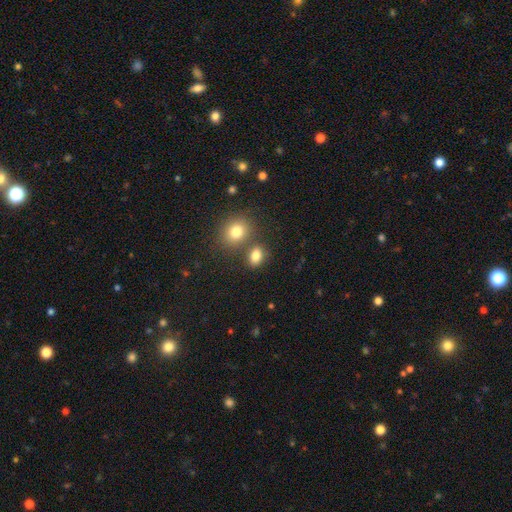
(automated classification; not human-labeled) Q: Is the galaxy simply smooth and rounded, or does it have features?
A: smooth — 82%.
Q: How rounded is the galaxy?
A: in between — 71%.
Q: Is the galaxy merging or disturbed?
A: none — 65%.